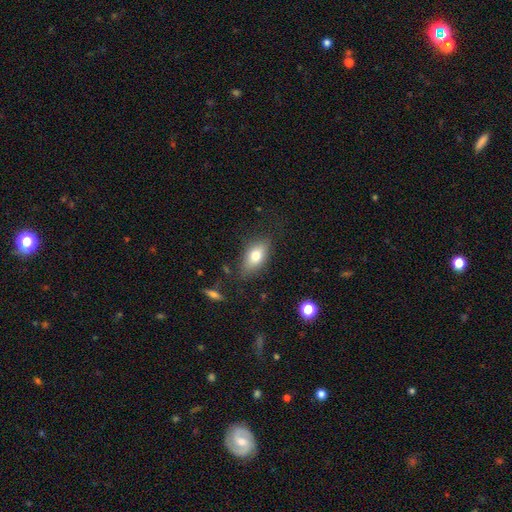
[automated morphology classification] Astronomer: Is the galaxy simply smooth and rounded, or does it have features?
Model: smooth — 73%.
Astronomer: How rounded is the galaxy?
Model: in between — 85%.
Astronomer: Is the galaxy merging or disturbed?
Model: none — 78%.